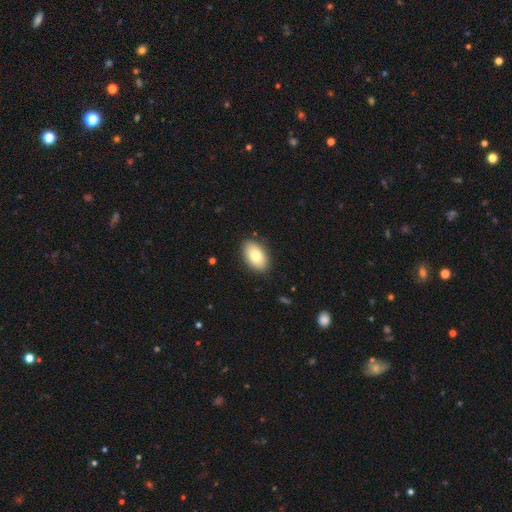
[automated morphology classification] Smooth or featured: smooth — 78% (featured or disk — 15%)
How rounded: in between — 93% (round — 6%)
Merging: none — 87% (minor disturbance — 9%)